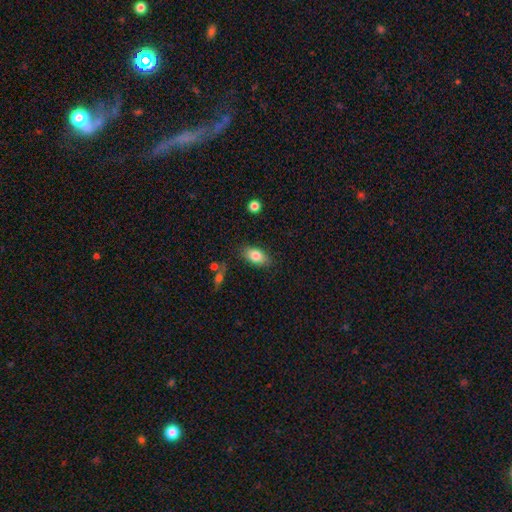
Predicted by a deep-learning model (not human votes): smooth-or-featured: smooth: 81% | featured or disk: 11% | star or artifact: 8%
  how-rounded: in between: 88% | round: 8% | cigar-shaped: 4%
  merging: none: 83% | minor disturbance: 13% | major disturbance: 3% | merger: 2%